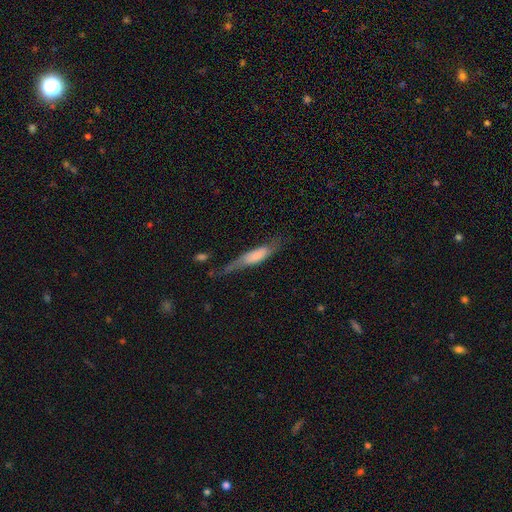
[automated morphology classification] Smooth or featured: smooth — 56% (featured or disk — 36%)
How rounded: cigar-shaped — 68% (in between — 30%)
Merging: none — 42% (minor disturbance — 32%)